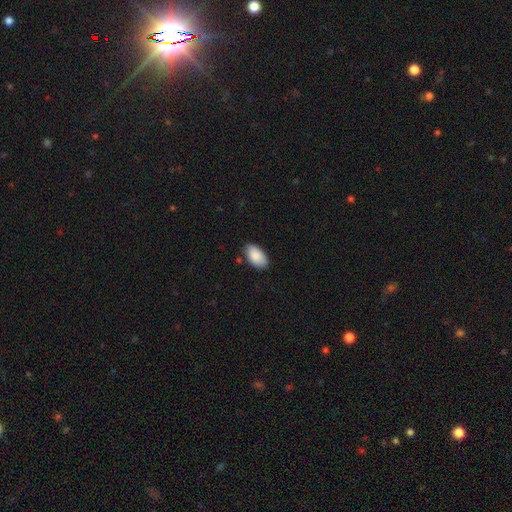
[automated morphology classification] smooth_or_featured: smooth (p=0.89) [alt: star or artifact p=0.06]
how_rounded: in between (p=0.95) [alt: round p=0.03]
merging: none (p=0.80) [alt: minor disturbance p=0.16]